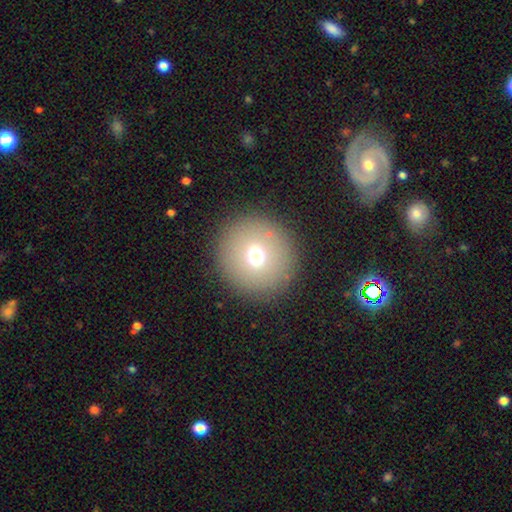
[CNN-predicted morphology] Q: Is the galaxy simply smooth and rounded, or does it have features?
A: smooth — 66%.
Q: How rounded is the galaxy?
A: round — 95%.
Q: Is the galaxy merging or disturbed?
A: none — 89%.